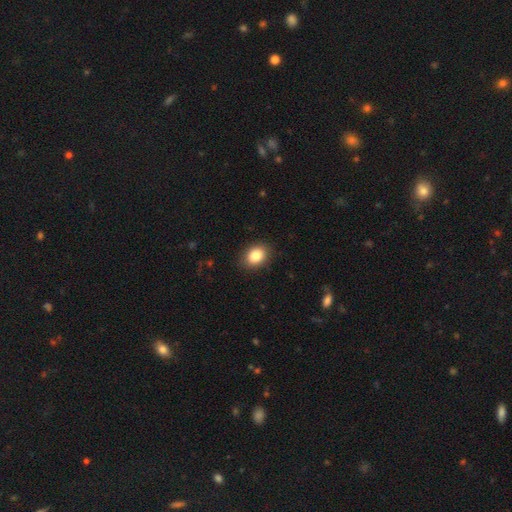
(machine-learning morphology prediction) Smooth or featured?
  - smooth: 85% *
  - star or artifact: 9%
  - featured or disk: 6%
How rounded?
  - in between: 62% *
  - round: 37%
  - cigar-shaped: 1%
Merging?
  - none: 88% *
  - minor disturbance: 9%
  - major disturbance: 2%
  - merger: 1%